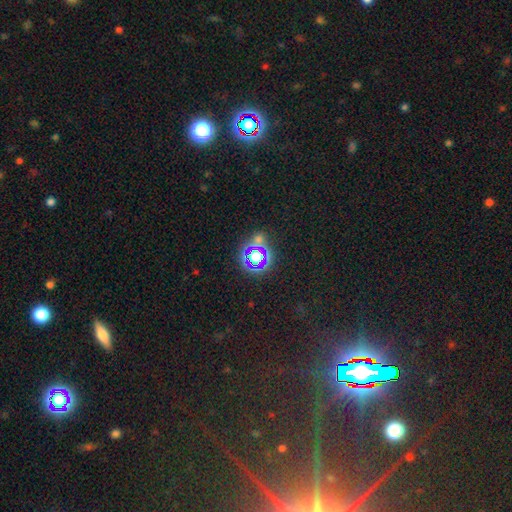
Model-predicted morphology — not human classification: smooth-or-featured: star or artifact: 63% | smooth: 26% | featured or disk: 11%